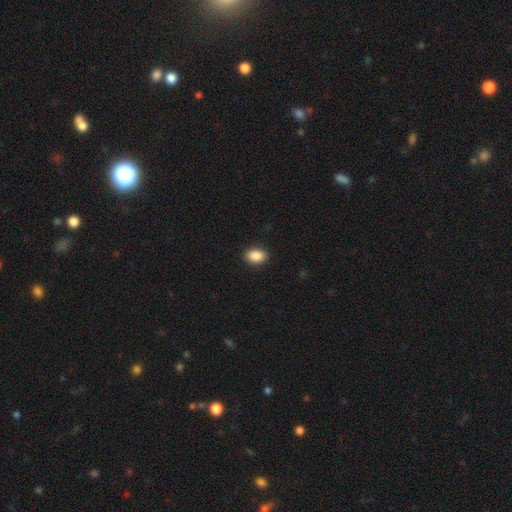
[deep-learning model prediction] This is clearly a smooth galaxy (90%). How rounded: clearly in between (84%). Merging: clearly none (90%).